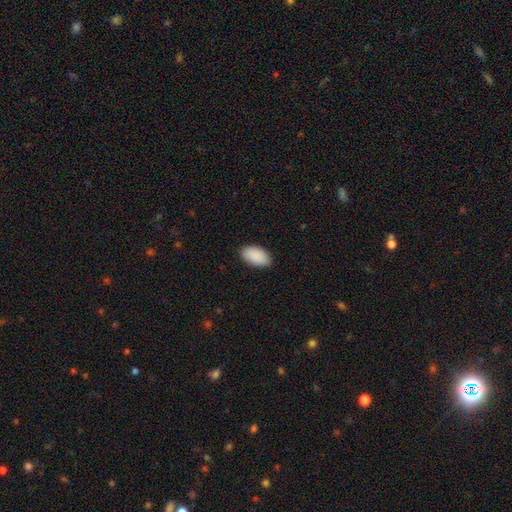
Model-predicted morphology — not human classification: smooth 91%, star or artifact 6%, featured or disk 3%. Down the decision tree: how rounded — in between (96%); merging — none (88%).